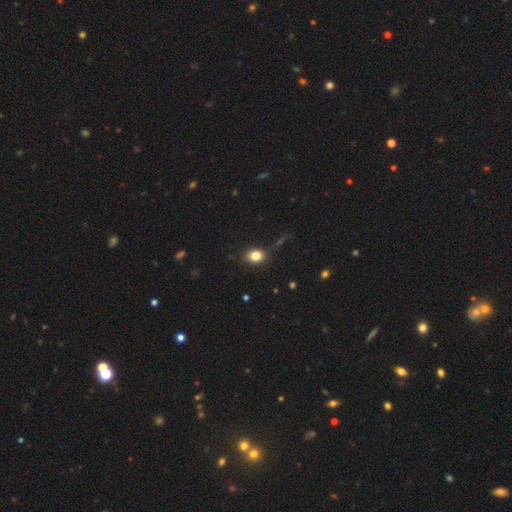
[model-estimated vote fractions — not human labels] A smooth galaxy with no disk features (81%) that is round (51%).

Vote fractions:
- Smooth or featured? smooth: 81% / star or artifact: 11% / featured or disk: 7%
- How rounded? round: 51% / in between: 48% / cigar-shaped: 1%
- Merging? none: 82% / minor disturbance: 12% / major disturbance: 4% / merger: 2%